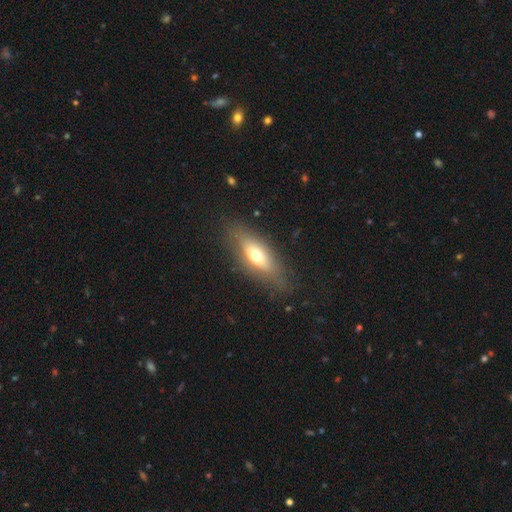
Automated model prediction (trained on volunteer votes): Overall: smooth (58%; featured or disk 34%). How rounded: in between (68%). Merging: none (78%).